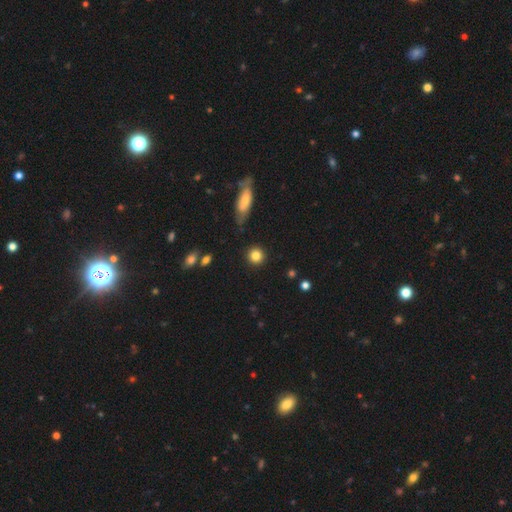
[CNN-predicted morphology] Smooth or featured? Predicted: smooth (p=0.85). How rounded? Predicted: round (p=0.92). Merging? Predicted: none (p=0.89).